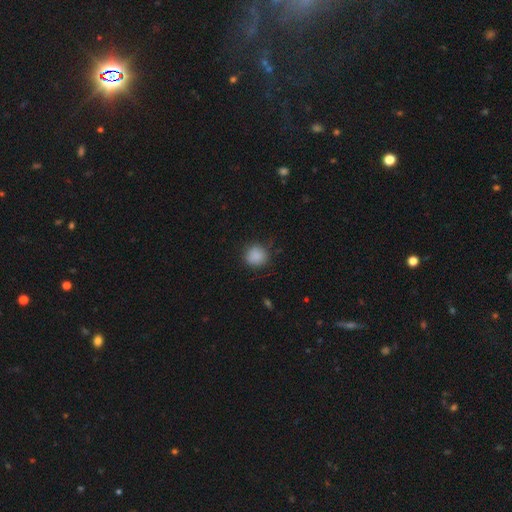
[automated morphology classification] This is clearly a smooth galaxy (88%). How rounded: clearly round (86%). Merging: clearly none (82%).